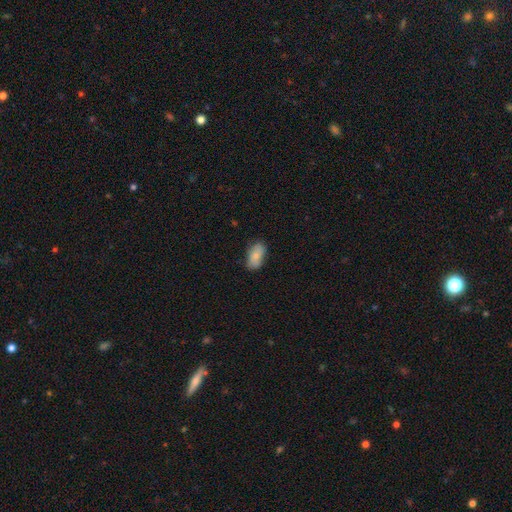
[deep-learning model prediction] Overall: smooth (81%). How rounded: in between (92%). Merging: none (73%).